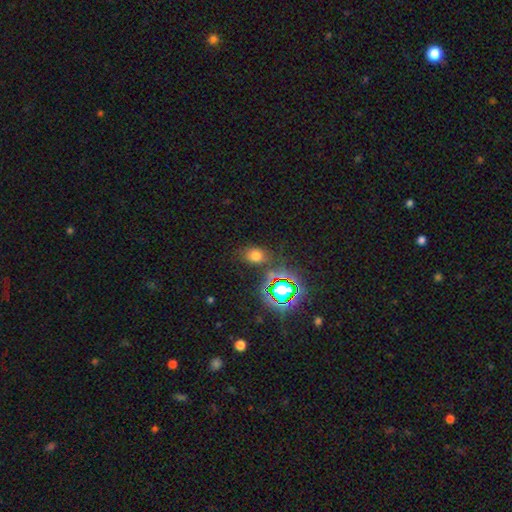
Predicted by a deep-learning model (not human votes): The model was most divided on "how rounded": in between: 64%, round: 34%, cigar-shaped: 2%. More confident: merging — none (74%); smooth or featured — smooth (63%).